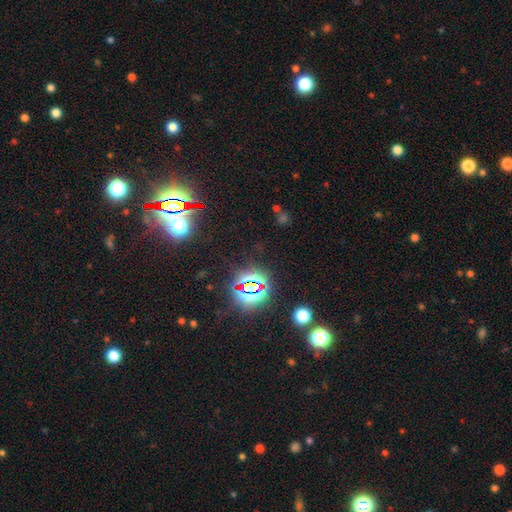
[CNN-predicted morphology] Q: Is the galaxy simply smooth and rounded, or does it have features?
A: star or artifact — 81%.